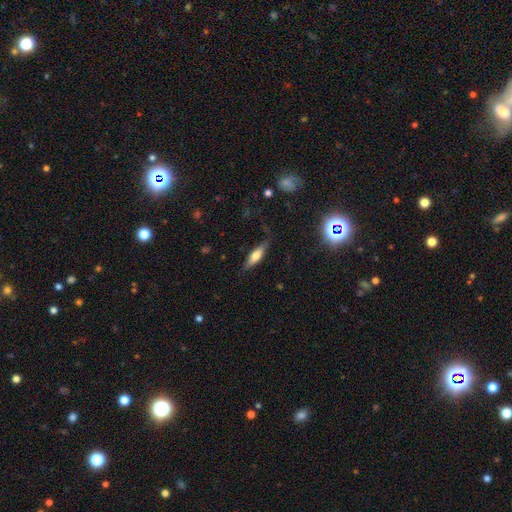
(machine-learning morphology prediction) type=smooth (53%); roundness=cigar-shaped (61%); merging=none (79%).